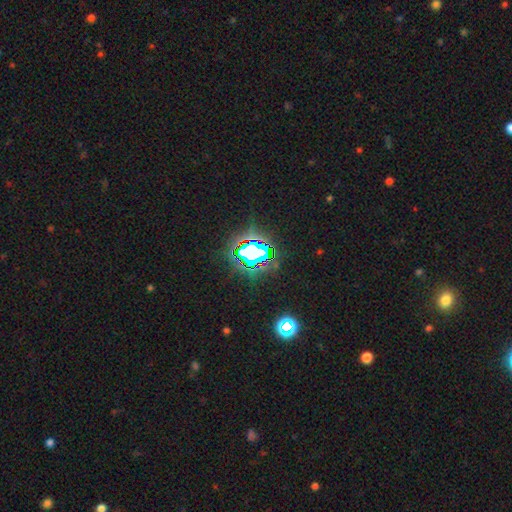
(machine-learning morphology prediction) smooth-or-featured: star or artifact: 73% | smooth: 15% | featured or disk: 12%